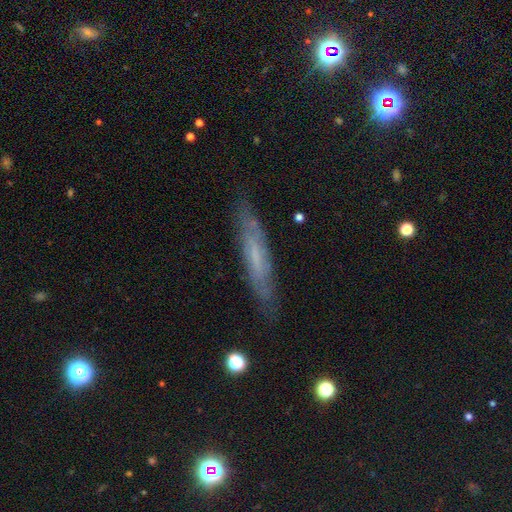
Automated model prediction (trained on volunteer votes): Smooth or featured? featured or disk (54%)
Edge-on disk? yes (64%)
Merging? none (82%)